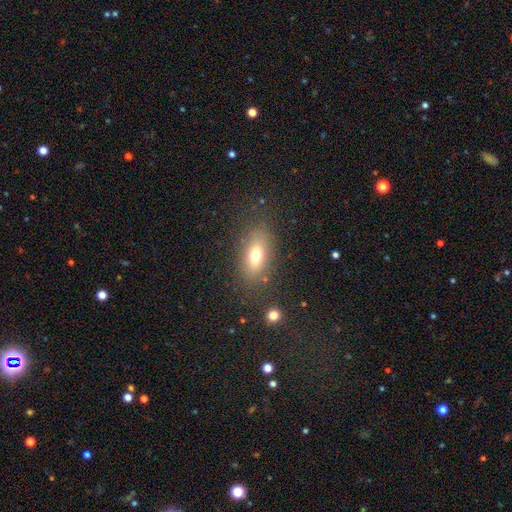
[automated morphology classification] type=smooth (70%); roundness=in between (82%); merging=none (79%).